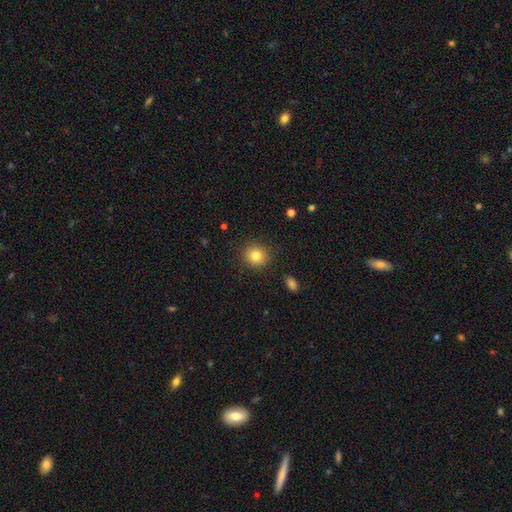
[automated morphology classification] A smooth galaxy with no disk features (81%) that is round (86%).

Vote fractions:
- Smooth or featured? smooth: 81% / star or artifact: 11% / featured or disk: 8%
- How rounded? round: 86% / in between: 13% / cigar-shaped: 1%
- Merging? none: 89% / minor disturbance: 8% / major disturbance: 2% / merger: 1%